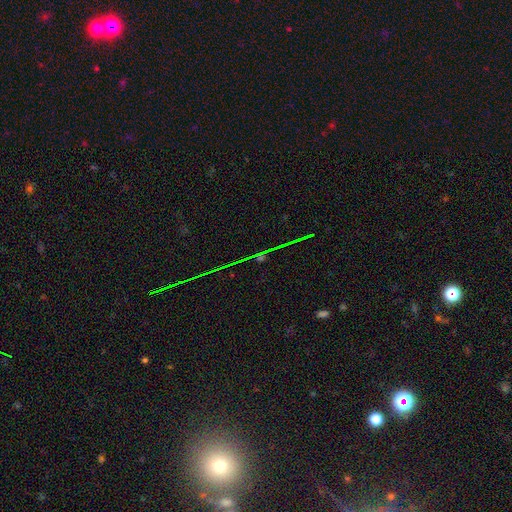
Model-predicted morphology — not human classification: The model was most divided on "smooth or featured": star or artifact: 79%, featured or disk: 12%, smooth: 9%.